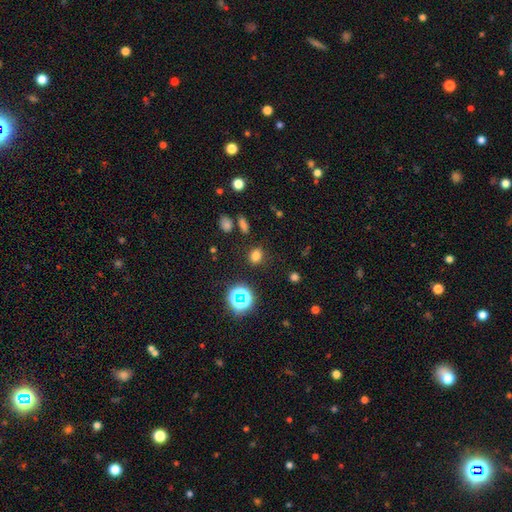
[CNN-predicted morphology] type=smooth (73%); roundness=round (57%); merging=none (85%).